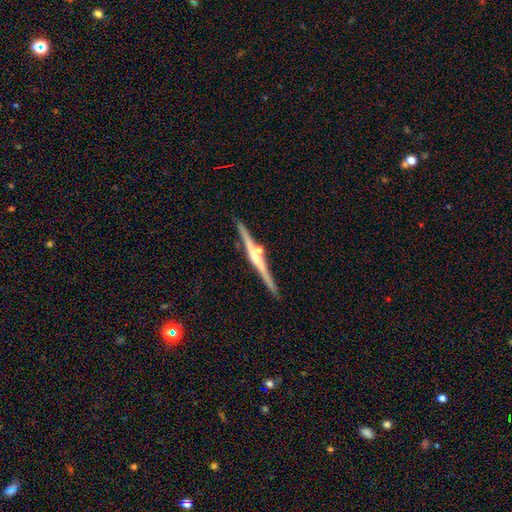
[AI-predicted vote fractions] Smooth or featured?
  - featured or disk: 72% *
  - smooth: 22%
  - star or artifact: 6%
Edge-on disk?
  - yes: 98% *
  - no: 2%
Edge-on bulge?
  - rounded: 73% *
  - none: 19%
  - boxy: 8%
Merging?
  - none: 80% *
  - merger: 9%
  - minor disturbance: 9%
  - major disturbance: 2%